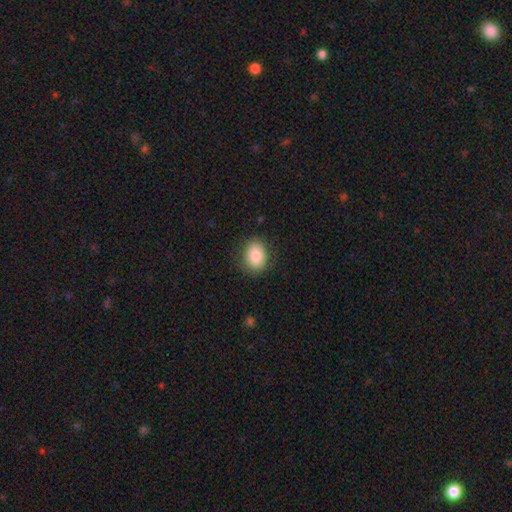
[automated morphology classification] Q: Smooth or featured?
A: smooth (81%); runner-up: featured or disk (11%)
Q: How rounded?
A: in between (54%); runner-up: round (45%)
Q: Merging?
A: none (84%); runner-up: minor disturbance (12%)